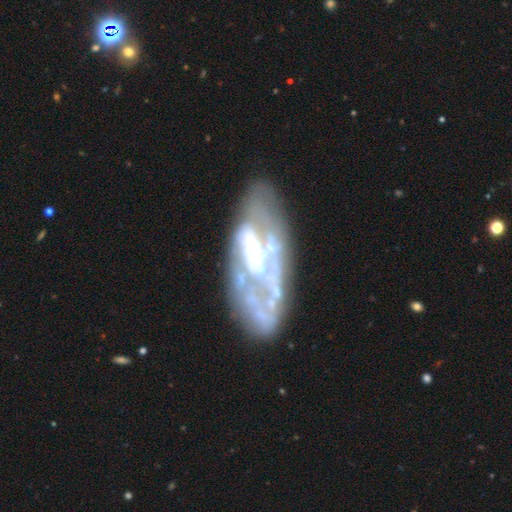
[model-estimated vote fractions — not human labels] This is likely a featured or disk galaxy (76%). It is clearly not viewed edge-on (91%). Bar: possibly no (59%). Spiral arm pattern: possibly no (57%). Central bulge: marginally none (33%). Merging: possibly none (51%).